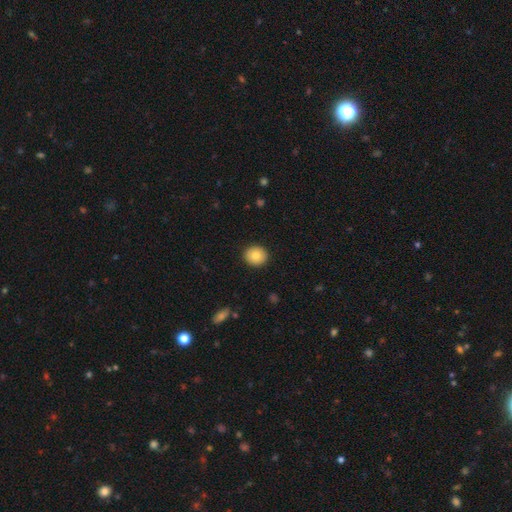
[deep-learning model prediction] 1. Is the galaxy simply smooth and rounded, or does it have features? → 82% smooth, 10% featured or disk, 8% star or artifact.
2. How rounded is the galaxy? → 85% round, 15% in between, 1% cigar-shaped.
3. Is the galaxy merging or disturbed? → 91% none, 6% minor disturbance, 2% major disturbance, 1% merger.